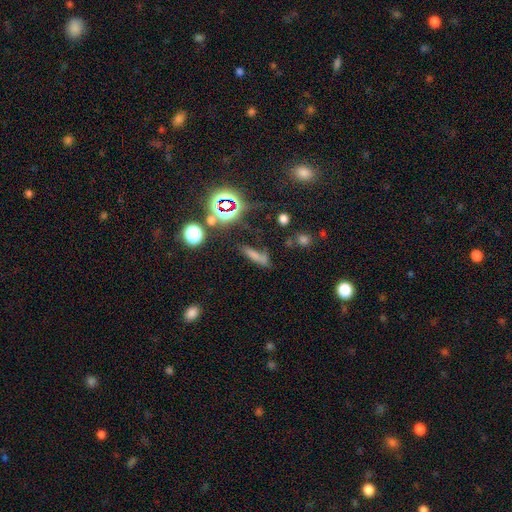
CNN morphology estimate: type=smooth (60%); roundness=cigar-shaped (70%); merging=none (57%).